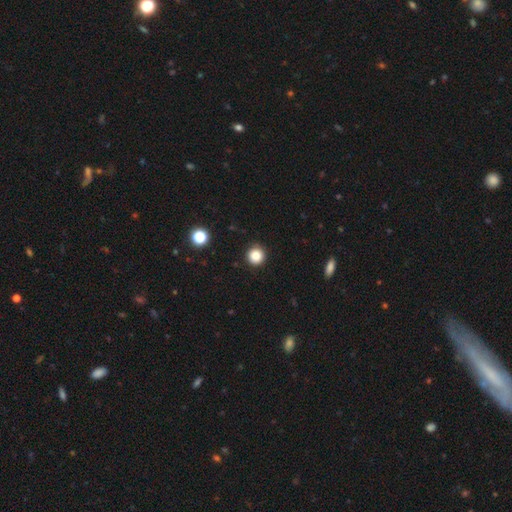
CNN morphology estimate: Smooth or featured: smooth — 85% (star or artifact — 12%)
How rounded: round — 95% (in between — 4%)
Merging: none — 91% (minor disturbance — 6%)